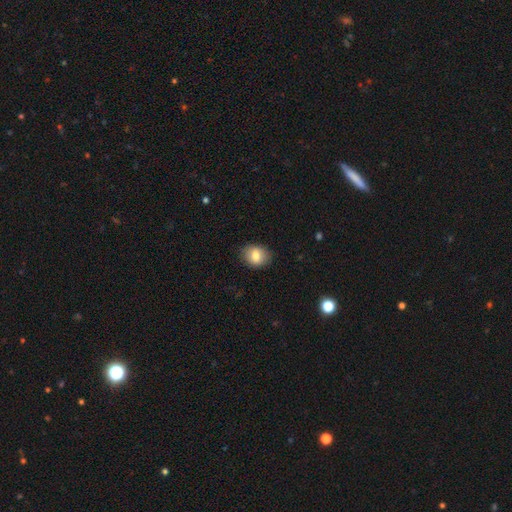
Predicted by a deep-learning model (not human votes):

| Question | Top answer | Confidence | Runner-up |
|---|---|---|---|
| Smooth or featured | smooth | 77% | featured or disk (15%) |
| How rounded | in between | 50% | round (49%) |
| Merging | none | 85% | minor disturbance (11%) |